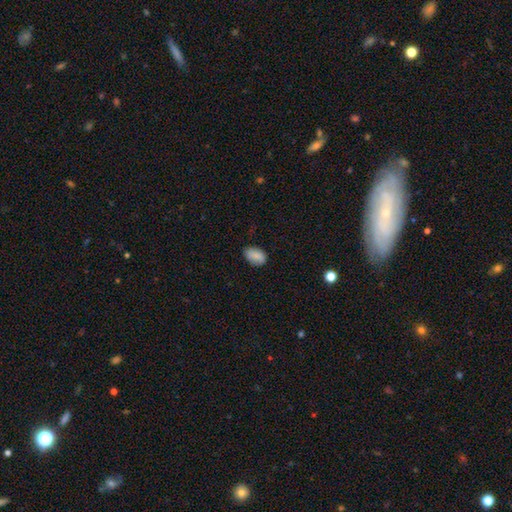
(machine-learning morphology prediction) Q: Smooth or featured?
A: smooth (85%); runner-up: star or artifact (8%)
Q: How rounded?
A: in between (89%); runner-up: round (9%)
Q: Merging?
A: none (78%); runner-up: minor disturbance (17%)